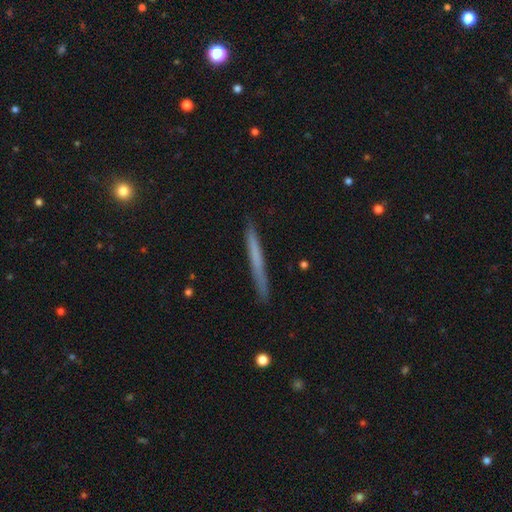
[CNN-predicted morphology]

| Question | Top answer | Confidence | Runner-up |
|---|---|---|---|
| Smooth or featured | smooth | 58% | featured or disk (36%) |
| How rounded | cigar-shaped | 97% | in between (2%) |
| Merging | none | 89% | minor disturbance (8%) |